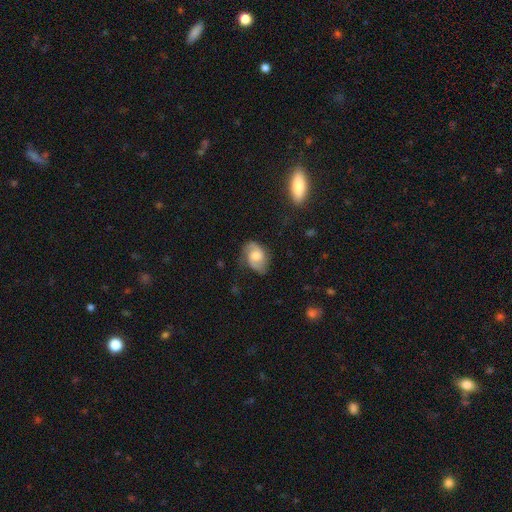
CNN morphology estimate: Smooth or featured?
  - featured or disk: 61% *
  - smooth: 31%
  - star or artifact: 7%
Edge-on disk?
  - no: 97% *
  - yes: 3%
Bar?
  - no: 59% *
  - weak: 35%
  - strong: 6%
Spiral arms?
  - yes: 90% *
  - no: 10%
Spiral winding?
  - medium: 46% *
  - loose: 30%
  - tight: 24%
Spiral arm count?
  - 2: 84% *
  - can't tell: 8%
  - 1: 5%
  - 3: 2%
  - 4: 1%
  - more than 4: 1%
Bulge size?
  - moderate: 61% *
  - small: 21%
  - large: 12%
  - none: 4%
  - dominant: 2%
Merging?
  - none: 66% *
  - minor disturbance: 24%
  - major disturbance: 9%
  - merger: 1%